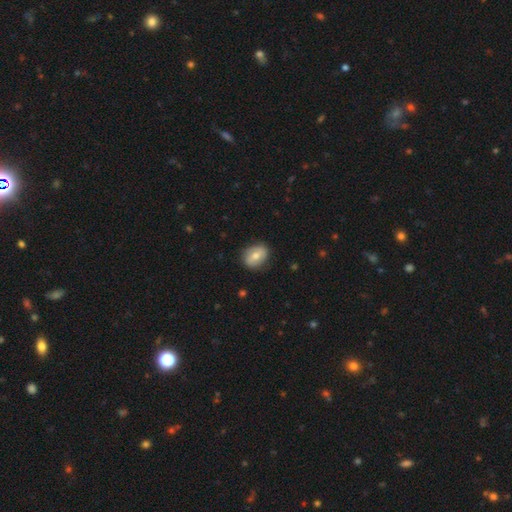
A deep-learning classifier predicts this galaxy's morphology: smooth 67%, featured or disk 26%, star or artifact 7%. Down the decision tree: how rounded — in between (66%); merging — none (83%).